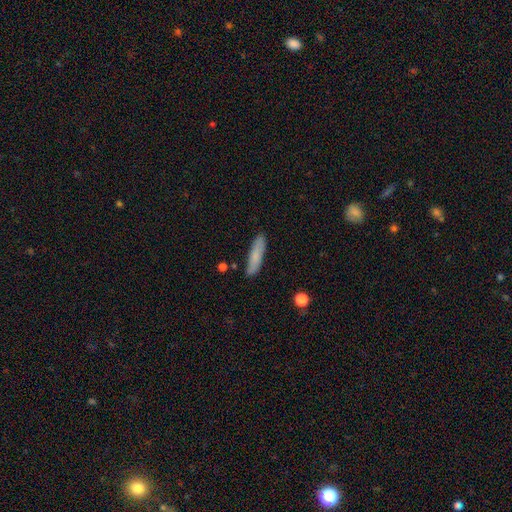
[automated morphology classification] Smooth or featured? smooth (76%)
How rounded? cigar-shaped (81%)
Merging? none (86%)